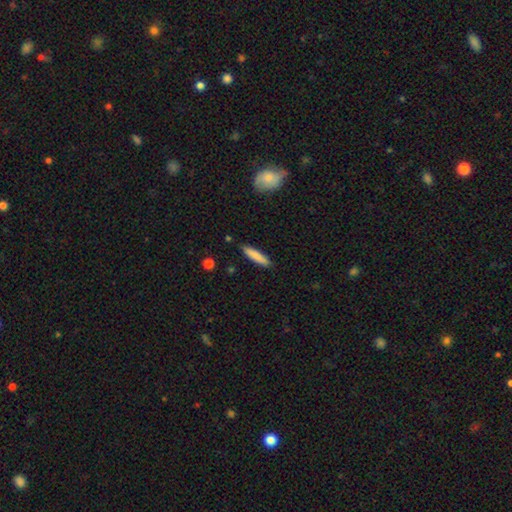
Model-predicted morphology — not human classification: type=smooth (81%); roundness=cigar-shaped (82%); merging=none (88%).